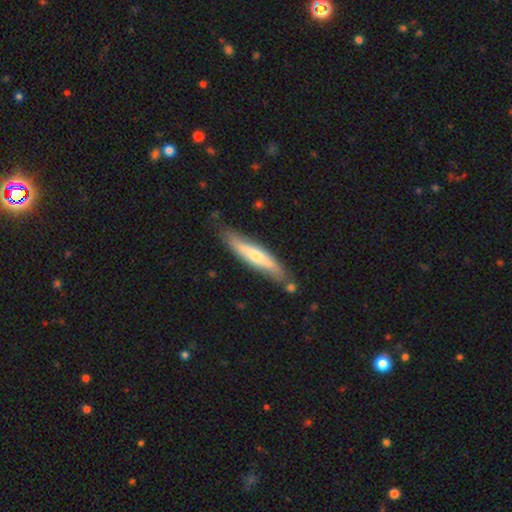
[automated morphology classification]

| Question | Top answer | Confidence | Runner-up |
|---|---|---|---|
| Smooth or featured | featured or disk | 49% | smooth (46%) |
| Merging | none | 77% | minor disturbance (16%) |